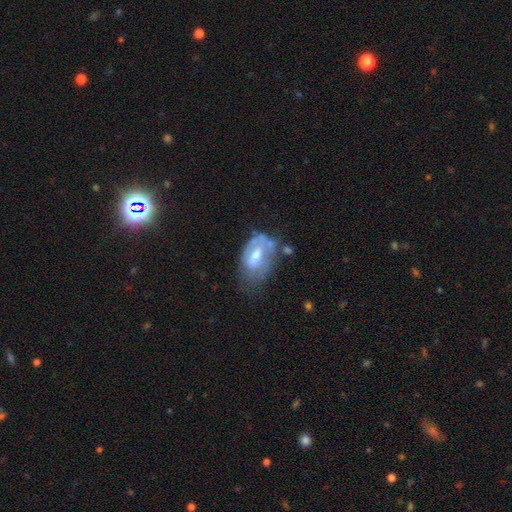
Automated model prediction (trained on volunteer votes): featured or disk 57%, smooth 35%, star or artifact 8%. Down the decision tree: edge-on disk — no (93%); bar — weak (44%); spiral arms — no (53%); bulge size — moderate (59%); merging — none (35%).